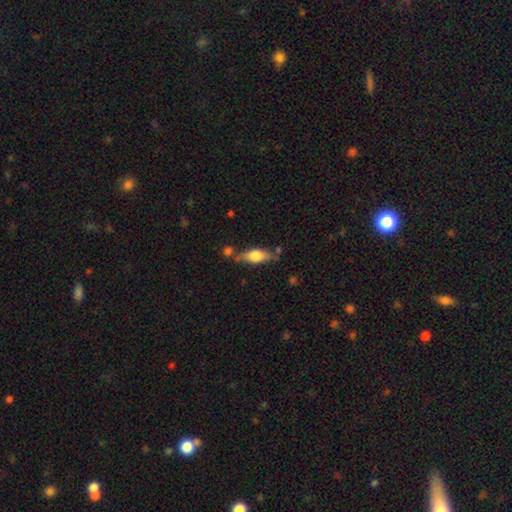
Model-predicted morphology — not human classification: smooth_or_featured: smooth (p=0.53) [alt: featured or disk p=0.40]
how_rounded: in between (p=0.64) [alt: cigar-shaped p=0.31]
merging: none (p=0.63) [alt: minor disturbance p=0.19]